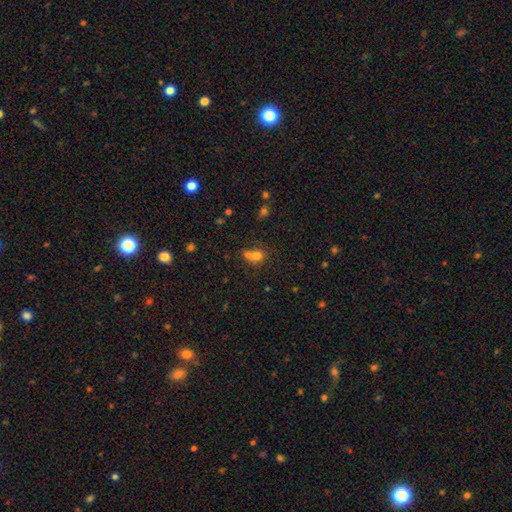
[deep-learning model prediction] This is likely a smooth galaxy (74%). How rounded: likely round (71%). Merging: possibly merger (51%).